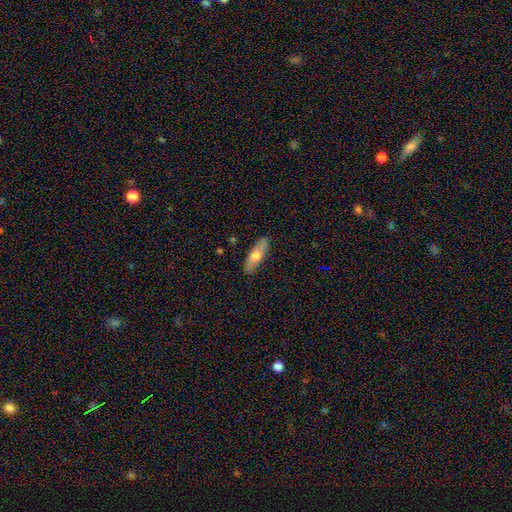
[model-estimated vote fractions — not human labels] Smooth or featured? smooth (65%)
How rounded? in between (59%)
Merging? none (87%)